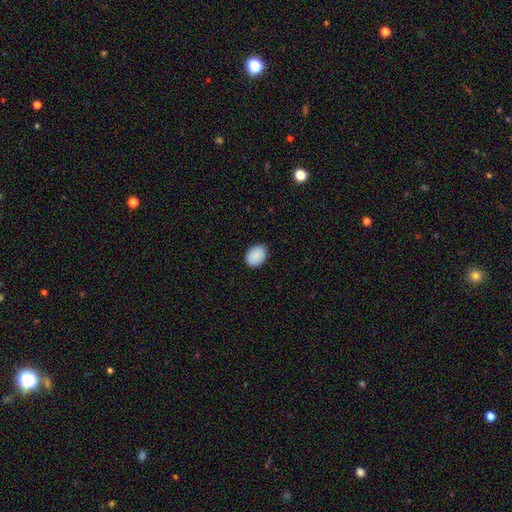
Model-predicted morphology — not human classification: The model was most divided on "how rounded": in between: 67%, round: 32%, cigar-shaped: 1%. More confident: smooth or featured — smooth (88%); merging — none (86%).